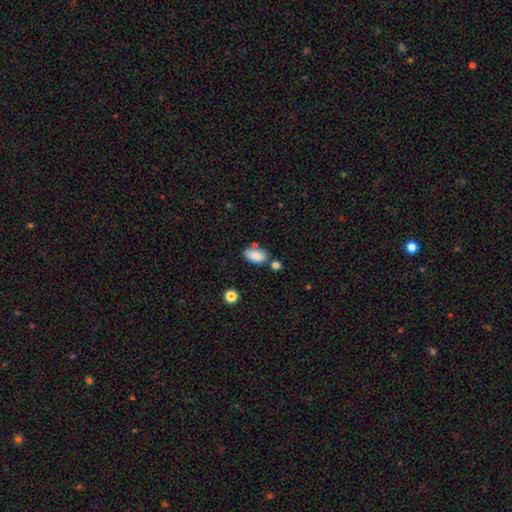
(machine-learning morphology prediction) Smooth or featured: smooth — 85% (star or artifact — 8%)
How rounded: in between — 92% (round — 5%)
Merging: none — 64% (minor disturbance — 17%)